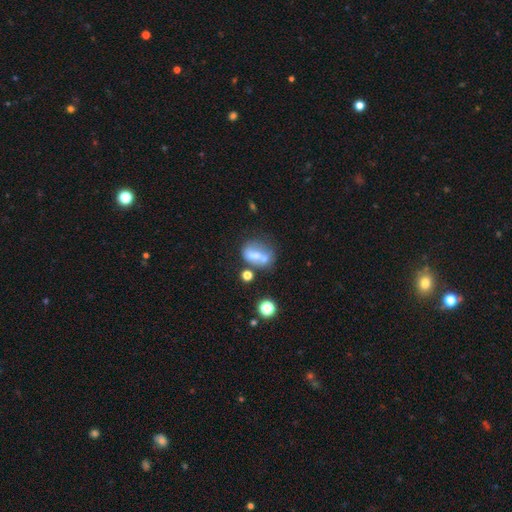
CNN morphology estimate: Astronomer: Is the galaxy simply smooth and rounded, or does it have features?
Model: smooth — 48% (runner-up: featured or disk, 39%).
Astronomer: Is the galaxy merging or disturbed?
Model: merger — 37% (runner-up: none, 29%).